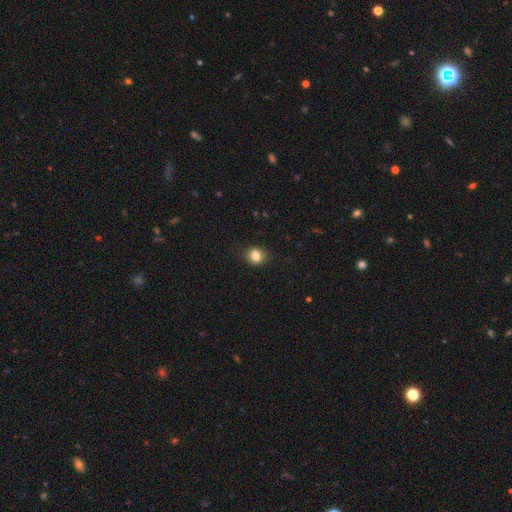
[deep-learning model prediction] Smooth or featured: smooth — 82% (star or artifact — 11%)
How rounded: round — 66% (in between — 33%)
Merging: none — 86% (minor disturbance — 11%)